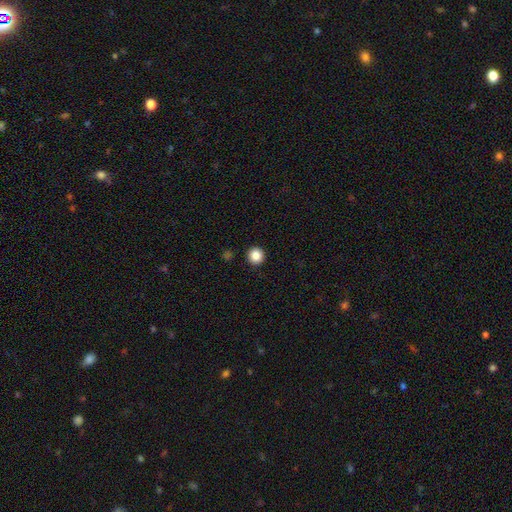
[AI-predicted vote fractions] Smooth or featured?
  - smooth: 87% *
  - star or artifact: 10%
  - featured or disk: 3%
How rounded?
  - round: 96% *
  - in between: 3%
  - cigar-shaped: 1%
Merging?
  - none: 93% *
  - minor disturbance: 4%
  - major disturbance: 2%
  - merger: 1%